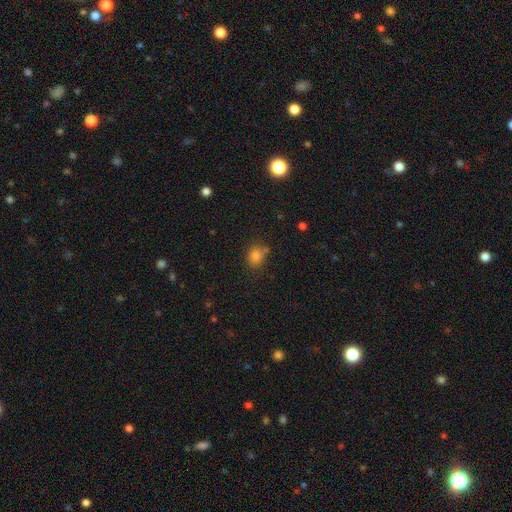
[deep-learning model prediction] smooth_or_featured: smooth (p=0.79) [alt: star or artifact p=0.15]
how_rounded: round (p=0.60) [alt: in between p=0.39]
merging: none (p=0.67) [alt: minor disturbance p=0.20]